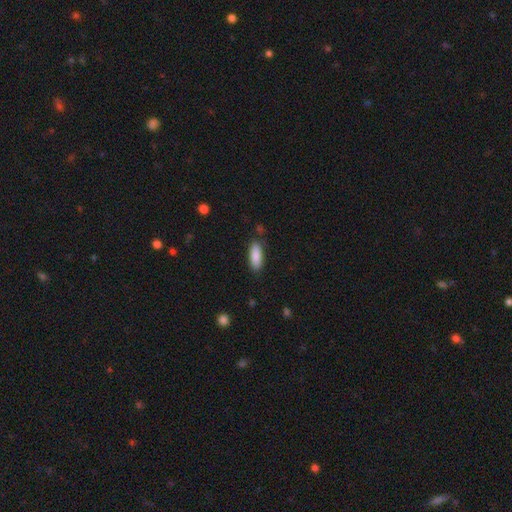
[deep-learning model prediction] Smooth or featured?
  - smooth: 87% *
  - featured or disk: 7%
  - star or artifact: 6%
How rounded?
  - in between: 72% *
  - cigar-shaped: 27%
  - round: 2%
Merging?
  - none: 83% *
  - minor disturbance: 12%
  - major disturbance: 3%
  - merger: 2%